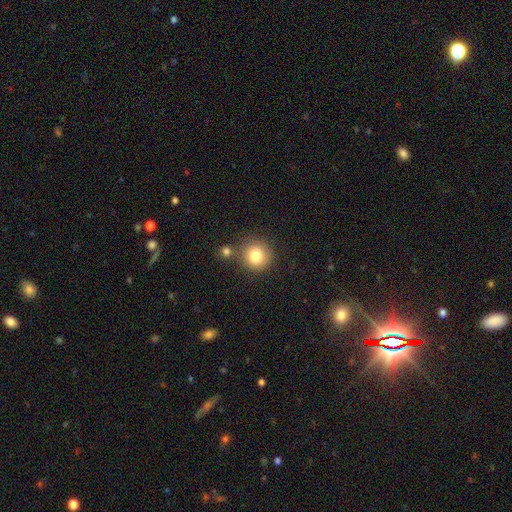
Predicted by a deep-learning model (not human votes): Morphology: type=smooth (81%); roundness=round (92%); merging=none (74%).